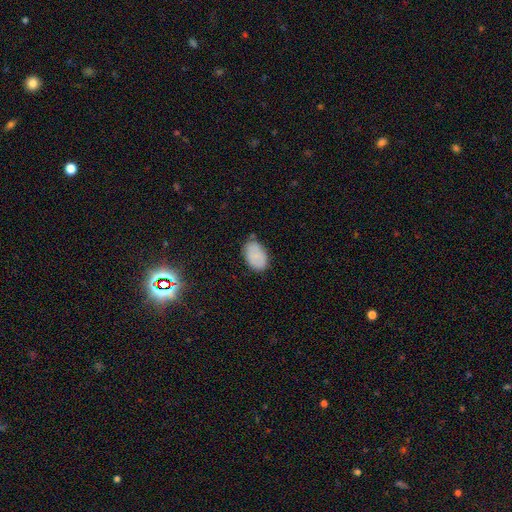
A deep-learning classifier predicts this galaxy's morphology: Smooth or featured: smooth — 79% (featured or disk — 13%)
How rounded: in between — 91% (round — 8%)
Merging: none — 73% (minor disturbance — 20%)